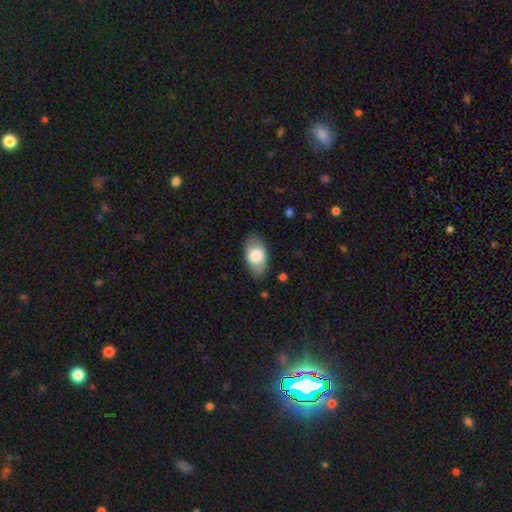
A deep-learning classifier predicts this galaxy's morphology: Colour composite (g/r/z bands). It shows a smooth galaxy with no disk features (71%) that is in between round and cigar-shaped (93%). Merging: none (81%).